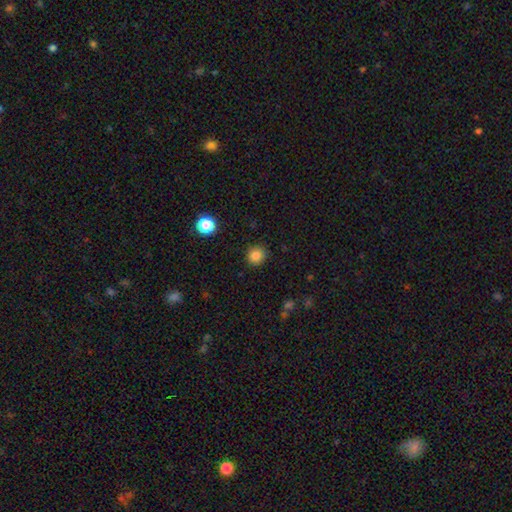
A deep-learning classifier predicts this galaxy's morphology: This is clearly a smooth galaxy (84%). How rounded: clearly round (89%). Merging: clearly none (89%).